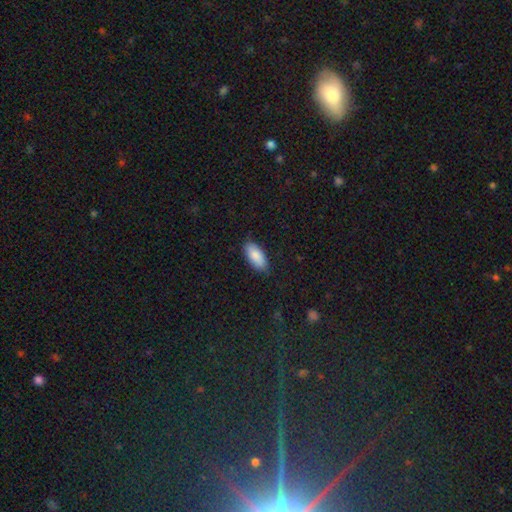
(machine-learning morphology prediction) Q: Smooth or featured?
A: smooth (86%); runner-up: featured or disk (8%)
Q: How rounded?
A: in between (92%); runner-up: cigar-shaped (7%)
Q: Merging?
A: none (86%); runner-up: minor disturbance (11%)